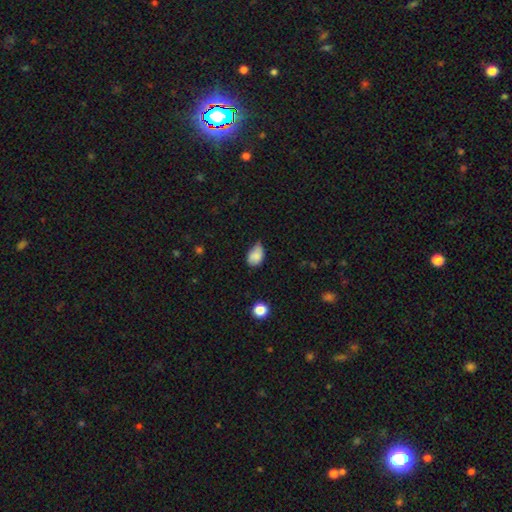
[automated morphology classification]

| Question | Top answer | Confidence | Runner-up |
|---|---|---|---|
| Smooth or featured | smooth | 81% | featured or disk (10%) |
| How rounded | in between | 80% | round (19%) |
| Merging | minor disturbance | 51% | none (37%) |